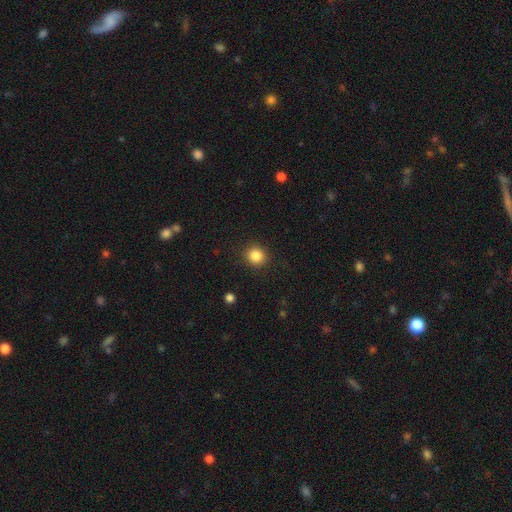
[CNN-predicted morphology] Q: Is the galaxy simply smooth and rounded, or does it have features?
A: smooth — 85%.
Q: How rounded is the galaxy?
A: round — 90%.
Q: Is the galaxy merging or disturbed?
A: none — 90%.